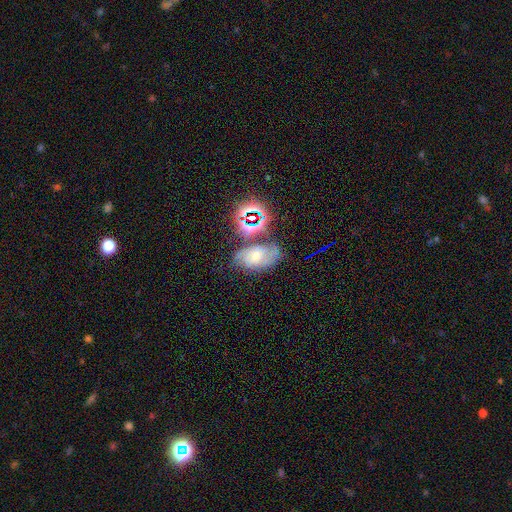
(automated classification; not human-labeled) Morphology: type=featured or disk (53%); edge-on=no (95%); bar=no (53%); spiral arms=yes (87%); bulge=moderate (44%); merging=none (54%).